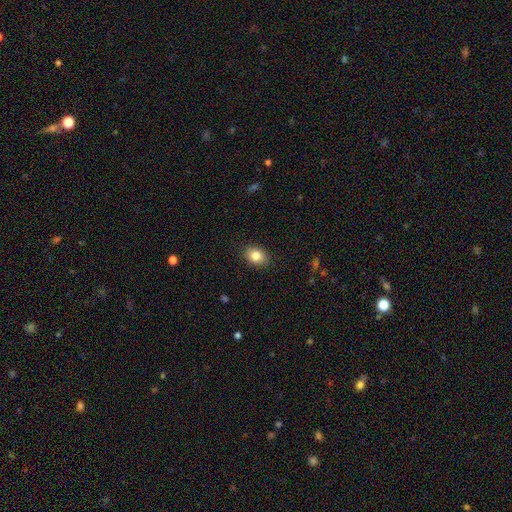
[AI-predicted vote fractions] The model was most divided on "how rounded": in between: 72%, round: 27%, cigar-shaped: 1%. More confident: merging — none (88%); smooth or featured — smooth (83%).